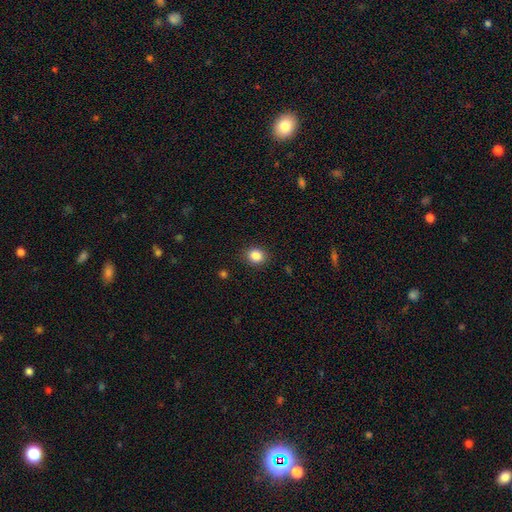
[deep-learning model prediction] smooth-or-featured: smooth: 85% | star or artifact: 10% | featured or disk: 5%
  how-rounded: round: 74% | in between: 25% | cigar-shaped: 1%
  merging: none: 89% | minor disturbance: 8% | major disturbance: 2% | merger: 1%